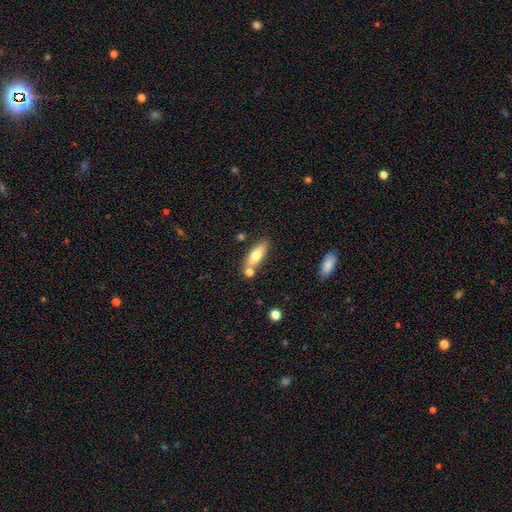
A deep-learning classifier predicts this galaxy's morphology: smooth 73%, featured or disk 20%, star or artifact 7%. Down the decision tree: how rounded — in between (62%); merging — none (68%).